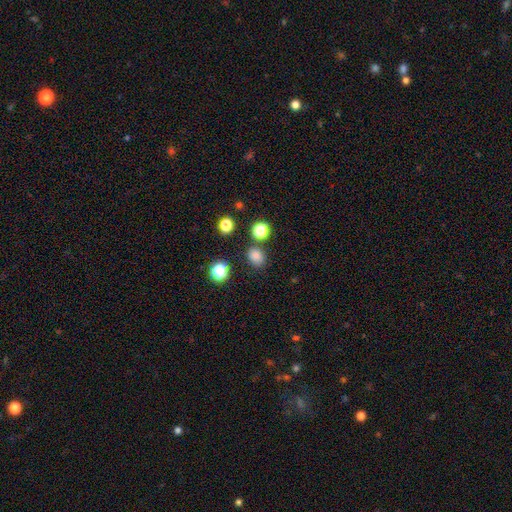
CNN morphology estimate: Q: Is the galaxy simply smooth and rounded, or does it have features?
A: smooth — 78%.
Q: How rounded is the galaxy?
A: round — 52%.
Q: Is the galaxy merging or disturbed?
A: none — 79%.